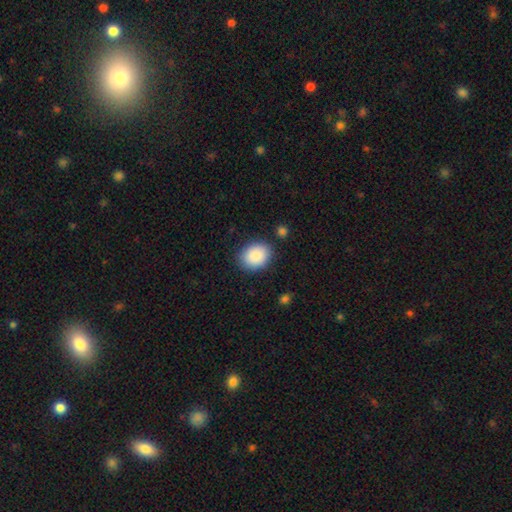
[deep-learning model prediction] A smooth galaxy with no disk features (88%) that is in between round and cigar-shaped (51%). Merging: none (84%).